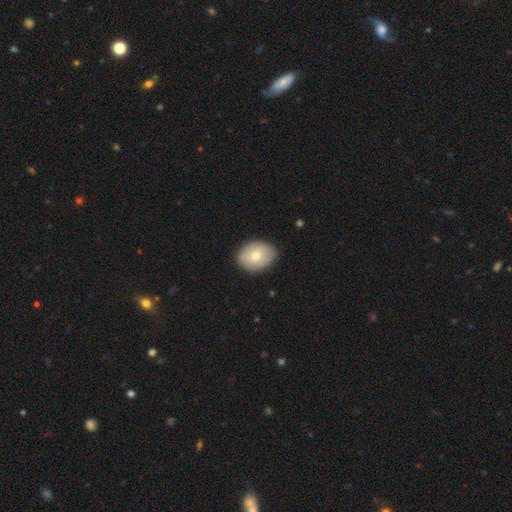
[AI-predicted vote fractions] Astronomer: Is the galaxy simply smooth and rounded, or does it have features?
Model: smooth — 74%.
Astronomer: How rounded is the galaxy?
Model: in between — 70%.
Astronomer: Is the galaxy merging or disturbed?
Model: none — 86%.